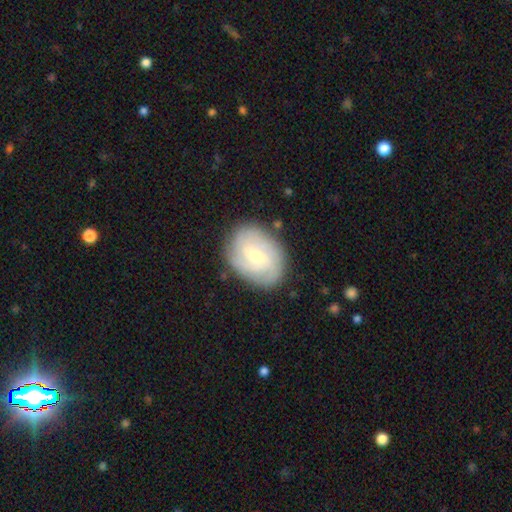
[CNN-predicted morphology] featured or disk 70%, smooth 23%, star or artifact 7%. Down the decision tree: edge-on disk — no (97%); bar — weak (57%); spiral arms — yes (90%); spiral arm count — can't tell (34%); spiral winding — tight (56%); bulge size — small (52%); merging — none (80%).